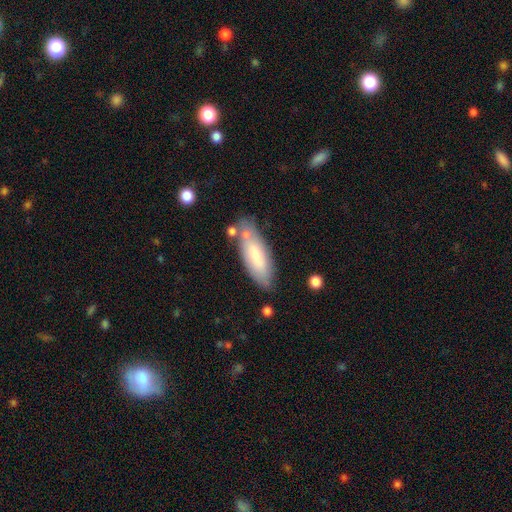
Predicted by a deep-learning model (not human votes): This appears to be a smooth galaxy with no disk features (70%) that is in between round and cigar-shaped (65%). Merging: none (71%).